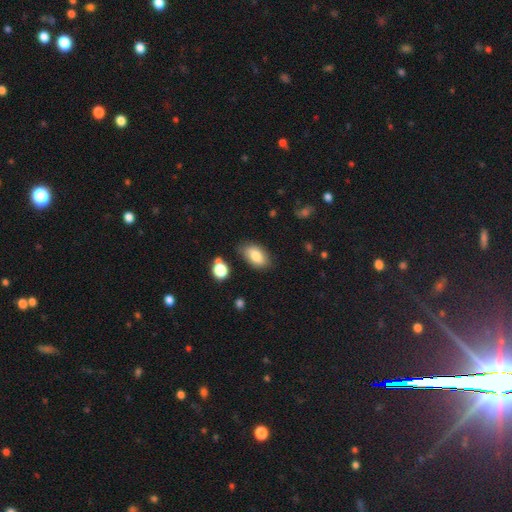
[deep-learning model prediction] Morphology: type=smooth (80%); roundness=in between (91%); merging=none (77%).